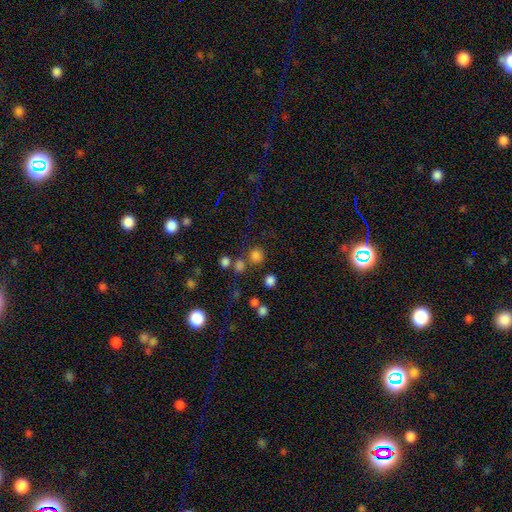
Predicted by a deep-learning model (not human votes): Overall: smooth (75%). How rounded: round (86%). Merging: none (71%).